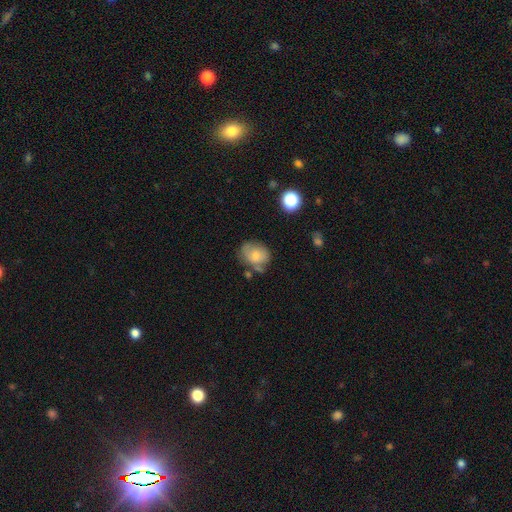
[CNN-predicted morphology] This appears to be a smooth galaxy with no disk features (69%) that is in between round and cigar-shaped (50%). Merging: none (52%).